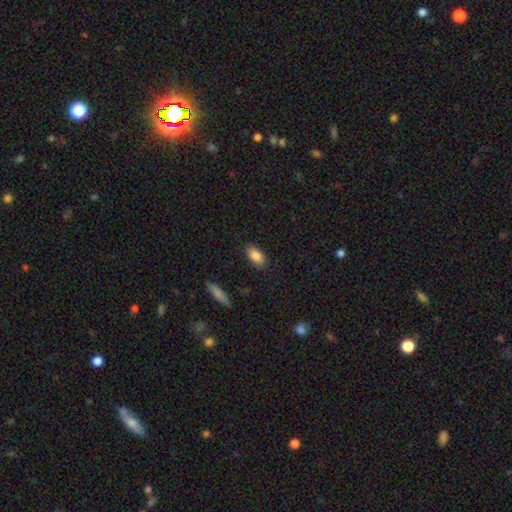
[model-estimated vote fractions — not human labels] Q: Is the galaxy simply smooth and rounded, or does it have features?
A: smooth — 86%.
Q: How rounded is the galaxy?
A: in between — 91%.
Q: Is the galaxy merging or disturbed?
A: none — 86%.